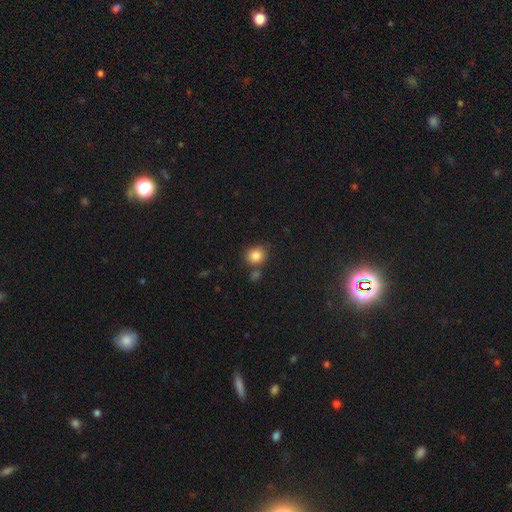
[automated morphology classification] A smooth galaxy with no disk features (85%) that is round (75%). Merging: none (72%).